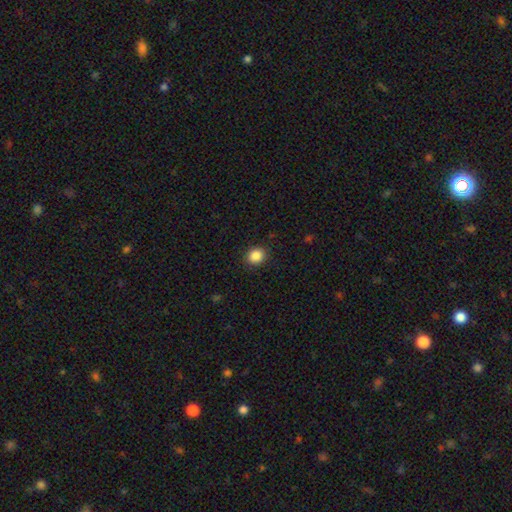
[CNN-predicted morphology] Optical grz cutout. It shows a smooth galaxy with no disk features (87%) that is round (73%). Merging: none (89%).